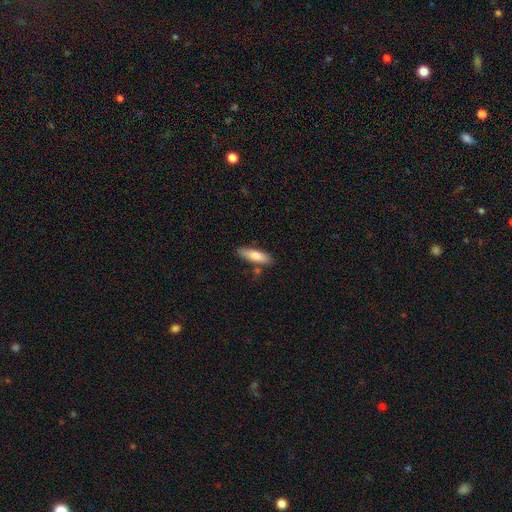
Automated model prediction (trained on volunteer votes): This appears to be a smooth galaxy with no disk features (79%) that is cigar-shaped (59%). Merging: none (76%).